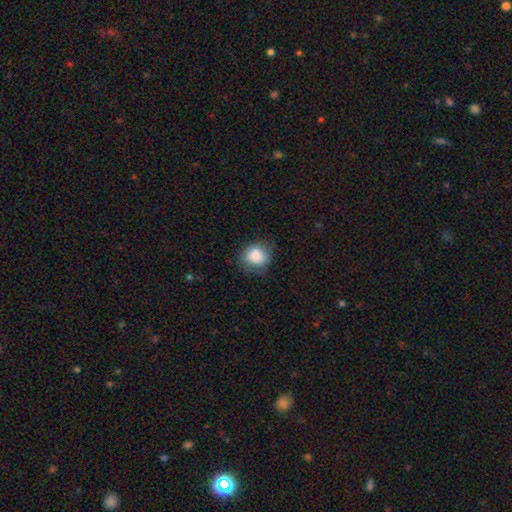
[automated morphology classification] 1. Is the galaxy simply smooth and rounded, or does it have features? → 84% smooth, 8% star or artifact, 7% featured or disk.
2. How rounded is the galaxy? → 75% round, 24% in between, 1% cigar-shaped.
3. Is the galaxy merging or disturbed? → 67% none, 24% minor disturbance, 8% major disturbance, 1% merger.